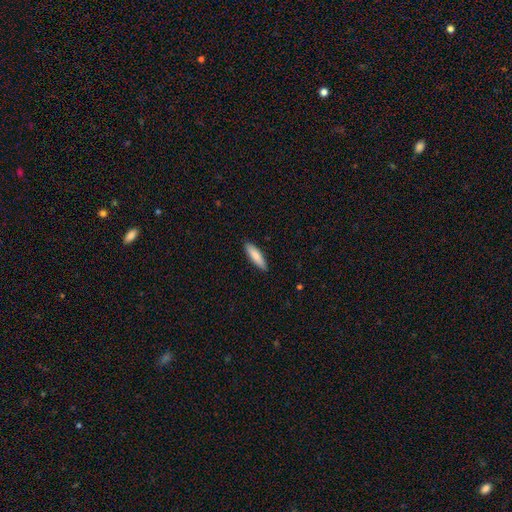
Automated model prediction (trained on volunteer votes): smooth 83%, featured or disk 12%, star or artifact 5%. Down the decision tree: how rounded — cigar-shaped (68%); merging — none (89%).